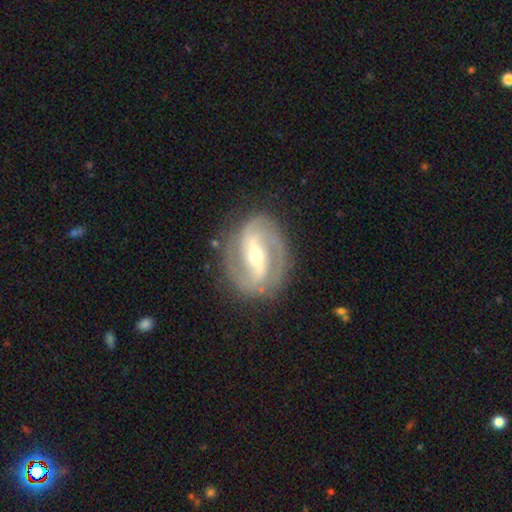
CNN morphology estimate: Smooth or featured?
  - featured or disk: 87% *
  - smooth: 7%
  - star or artifact: 5%
Edge-on disk?
  - no: 96% *
  - yes: 4%
Bar?
  - strong: 57% *
  - weak: 30%
  - no: 13%
Spiral arms?
  - yes: 94% *
  - no: 6%
Spiral winding?
  - medium: 47% *
  - tight: 37%
  - loose: 16%
Spiral arm count?
  - 2: 82% *
  - 3: 7%
  - can't tell: 6%
  - 1: 2%
  - 4: 2%
  - more than 4: 1%
Bulge size?
  - moderate: 55% *
  - small: 40%
  - large: 3%
  - none: 1%
  - dominant: 1%
Merging?
  - none: 81% *
  - minor disturbance: 13%
  - major disturbance: 5%
  - merger: 1%